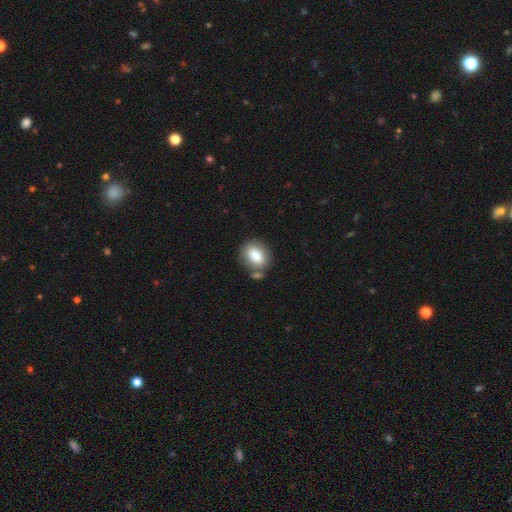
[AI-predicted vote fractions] Q: Smooth or featured?
A: smooth (77%); runner-up: featured or disk (15%)
Q: How rounded?
A: round (53%); runner-up: in between (46%)
Q: Merging?
A: none (69%); runner-up: merger (16%)